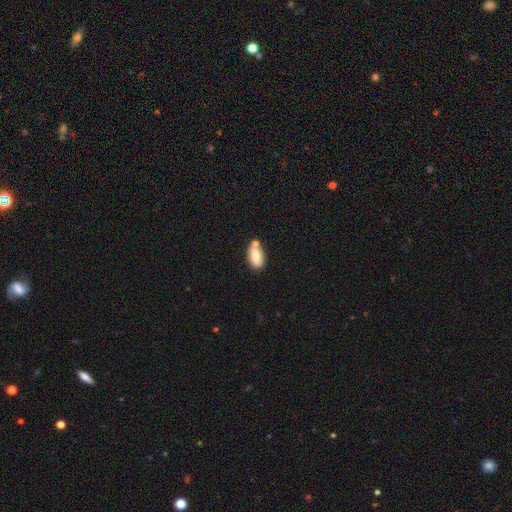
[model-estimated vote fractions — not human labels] This appears to be a smooth galaxy with no disk features (76%) that is in between round and cigar-shaped (89%). Merging: none (58%).